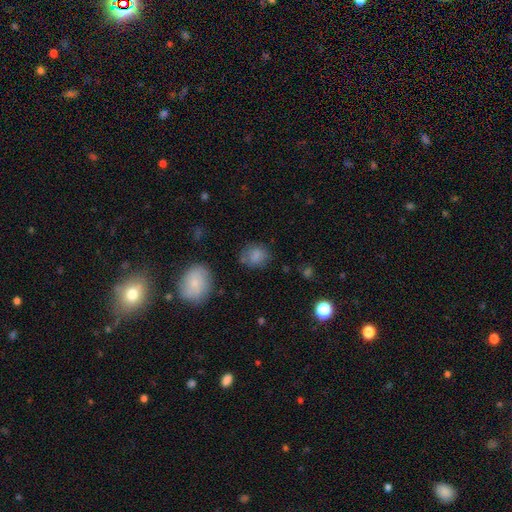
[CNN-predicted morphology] smooth-or-featured: smooth: 79% | star or artifact: 11% | featured or disk: 10%
  how-rounded: round: 65% | in between: 34% | cigar-shaped: 1%
  merging: none: 70% | minor disturbance: 19% | major disturbance: 7% | merger: 4%